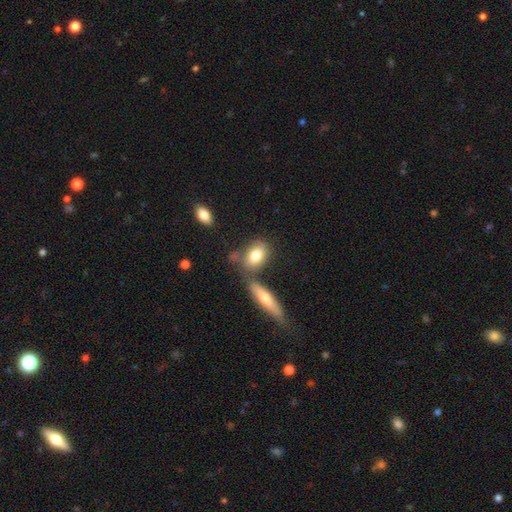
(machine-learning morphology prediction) A smooth galaxy with no disk features (79%) that is in between round and cigar-shaped (79%).

Vote fractions:
- Smooth or featured? smooth: 79% / featured or disk: 14% / star or artifact: 7%
- How rounded? in between: 79% / round: 15% / cigar-shaped: 6%
- Merging? none: 54% / merger: 25% / minor disturbance: 15% / major disturbance: 6%